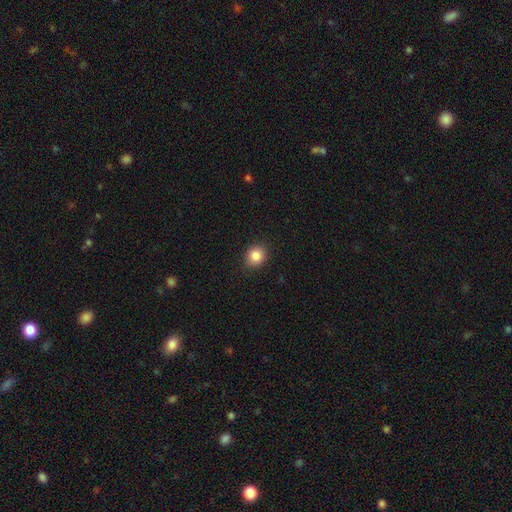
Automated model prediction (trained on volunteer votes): This appears to be a smooth galaxy with no disk features (85%) that is round (75%). Merging: none (89%).